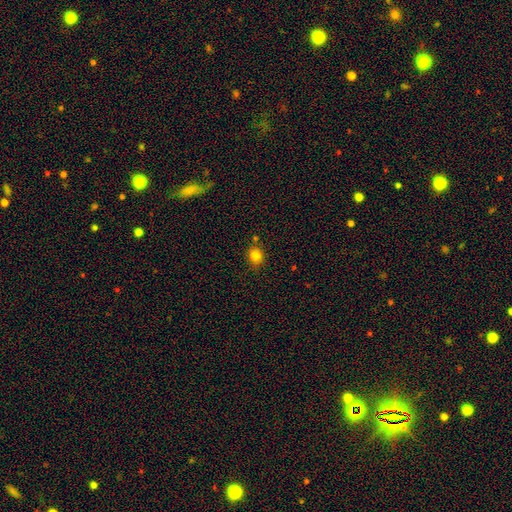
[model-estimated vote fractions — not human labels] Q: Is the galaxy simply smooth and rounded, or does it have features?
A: smooth — 82%.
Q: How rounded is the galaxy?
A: round — 74%.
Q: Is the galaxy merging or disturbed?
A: none — 80%.